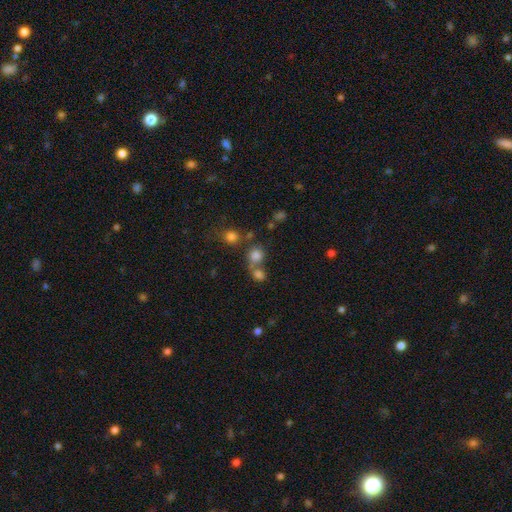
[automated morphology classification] This is likely a smooth galaxy (77%). How rounded: likely round (79%). Merging: possibly none (48%).